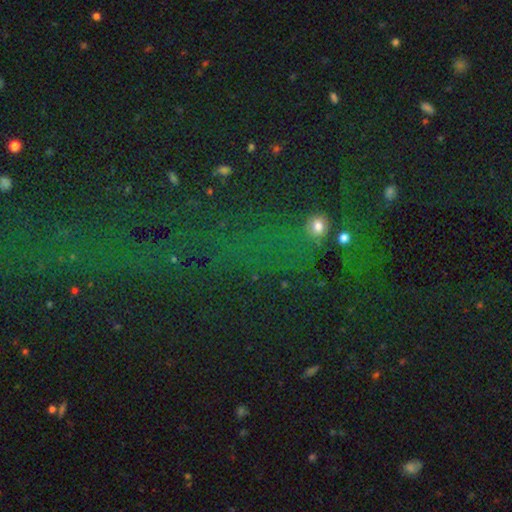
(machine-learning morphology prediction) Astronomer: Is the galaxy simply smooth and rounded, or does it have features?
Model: star or artifact — 67%.